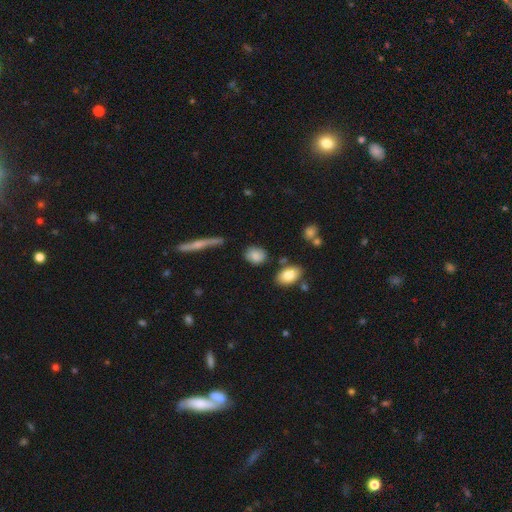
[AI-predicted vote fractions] The model was most divided on "how rounded": in between: 51%, round: 46%, cigar-shaped: 3%. More confident: smooth or featured — smooth (79%); merging — none (77%).